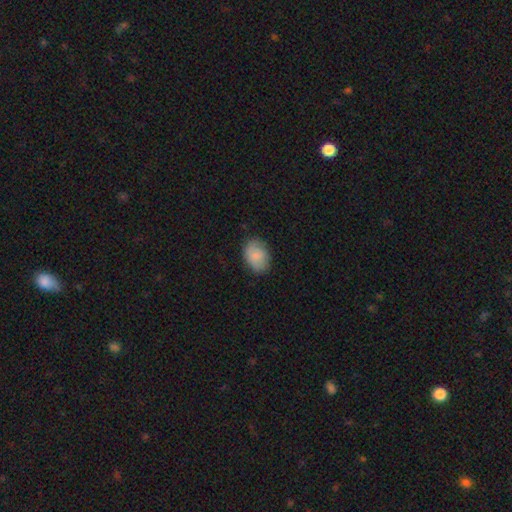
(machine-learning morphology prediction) Smooth or featured?
  - smooth: 82% *
  - featured or disk: 11%
  - star or artifact: 7%
How rounded?
  - in between: 77% *
  - round: 22%
  - cigar-shaped: 1%
Merging?
  - none: 77% *
  - minor disturbance: 18%
  - major disturbance: 4%
  - merger: 1%